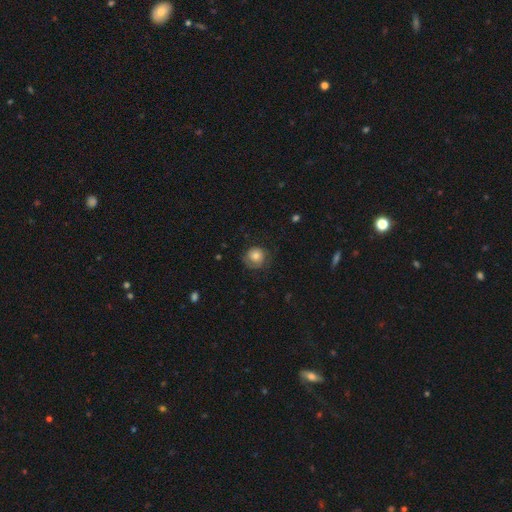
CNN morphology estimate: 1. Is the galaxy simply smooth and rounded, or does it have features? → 63% smooth, 29% featured or disk, 8% star or artifact.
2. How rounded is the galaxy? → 87% round, 12% in between, 1% cigar-shaped.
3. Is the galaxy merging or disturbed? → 68% none, 20% minor disturbance, 11% major disturbance, 1% merger.